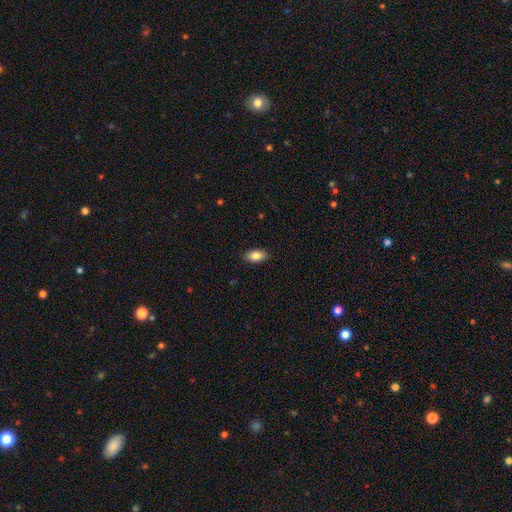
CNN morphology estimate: Smooth or featured? smooth (86%)
How rounded? in between (91%)
Merging? none (87%)